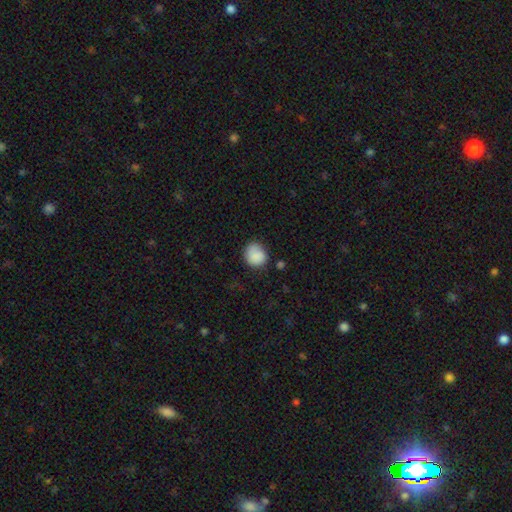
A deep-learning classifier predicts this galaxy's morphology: Overall: smooth (85%). How rounded: round (76%). Merging: none (66%).